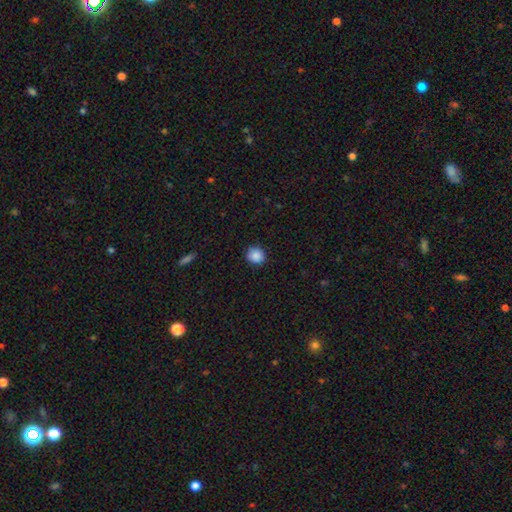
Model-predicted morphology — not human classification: This appears to be a smooth galaxy with no disk features (88%) that is round (85%). Merging: none (89%).